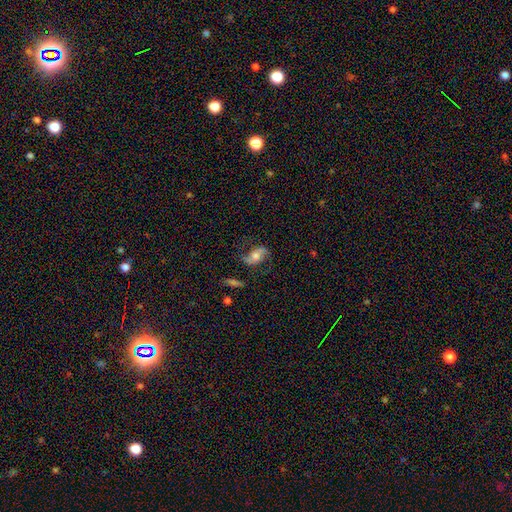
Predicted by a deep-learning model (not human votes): Smooth or featured? Predicted: featured or disk (p=0.72). Edge-on disk? Predicted: no (p=0.95). Bar? Predicted: no (p=0.56). Spiral arms? Predicted: yes (p=0.92). Spiral winding? Predicted: loose (p=0.60). Spiral arm count? Predicted: 2 (p=0.91). Bulge size? Predicted: moderate (p=0.59). Merging? Predicted: none (p=0.71).